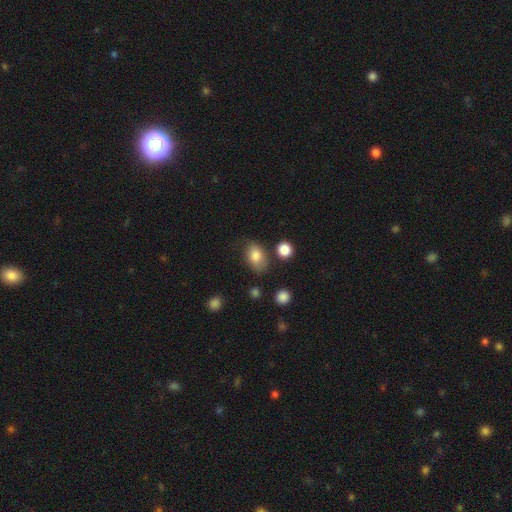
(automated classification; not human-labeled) smooth_or_featured: smooth (p=0.80) [alt: featured or disk p=0.11]
how_rounded: in between (p=0.82) [alt: round p=0.17]
merging: none (p=0.70) [alt: minor disturbance p=0.19]